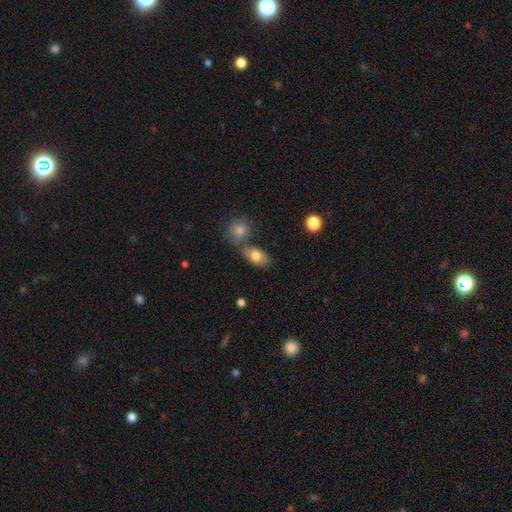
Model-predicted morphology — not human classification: Q: Smooth or featured?
A: smooth (80%); runner-up: featured or disk (12%)
Q: How rounded?
A: in between (89%); runner-up: round (9%)
Q: Merging?
A: none (58%); runner-up: merger (25%)